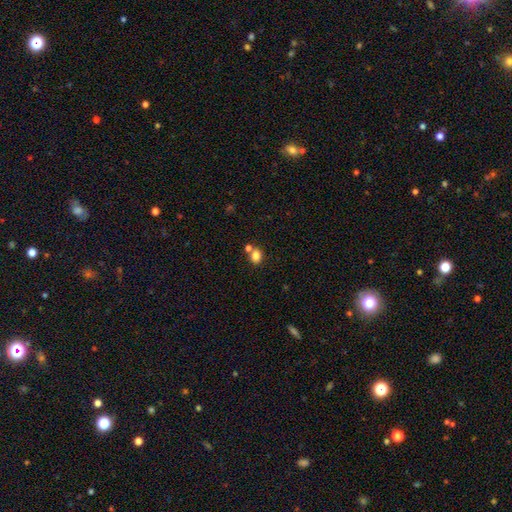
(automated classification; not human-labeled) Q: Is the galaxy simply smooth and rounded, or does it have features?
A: smooth — 82%.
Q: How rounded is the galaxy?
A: in between — 52%.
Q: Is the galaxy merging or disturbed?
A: none — 57%.